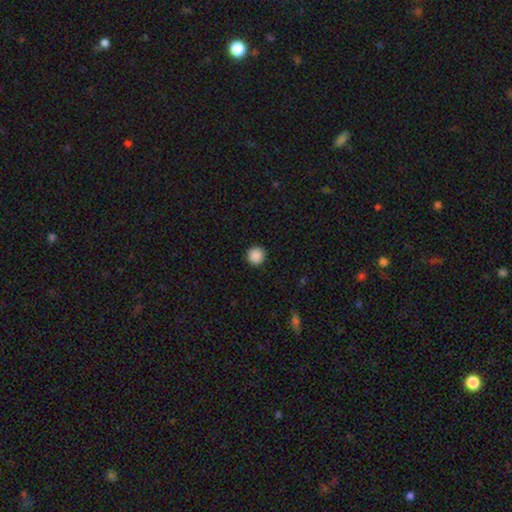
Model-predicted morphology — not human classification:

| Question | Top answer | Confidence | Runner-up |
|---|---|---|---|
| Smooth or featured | smooth | 89% | star or artifact (9%) |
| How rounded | round | 96% | in between (3%) |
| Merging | none | 93% | minor disturbance (4%) |